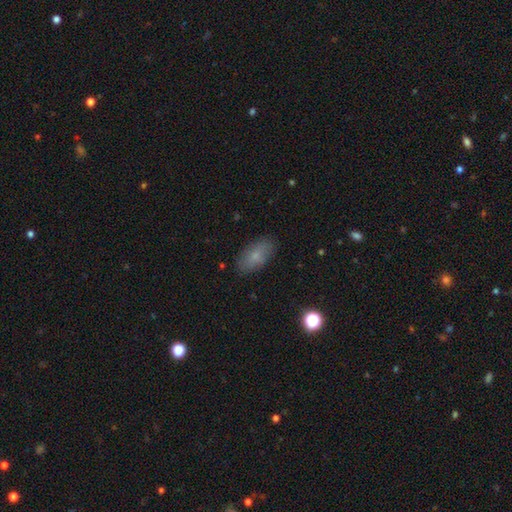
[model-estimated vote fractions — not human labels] Smooth or featured? smooth (77%)
How rounded? in between (90%)
Merging? none (84%)